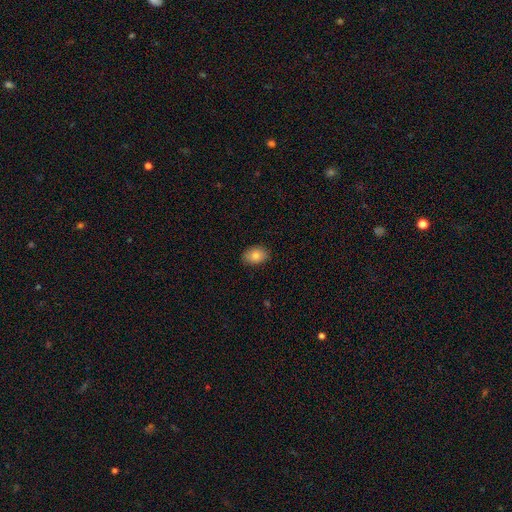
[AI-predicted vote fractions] This appears to be a smooth galaxy with no disk features (83%) that is in between round and cigar-shaped (82%). Merging: none (88%).